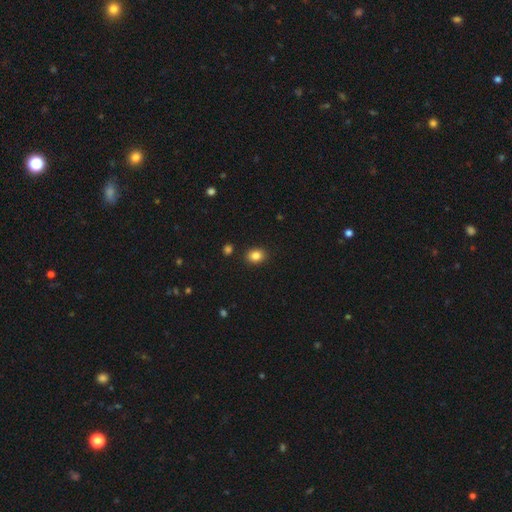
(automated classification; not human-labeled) Morphology: type=smooth (85%); roundness=round (50%); merging=none (88%).